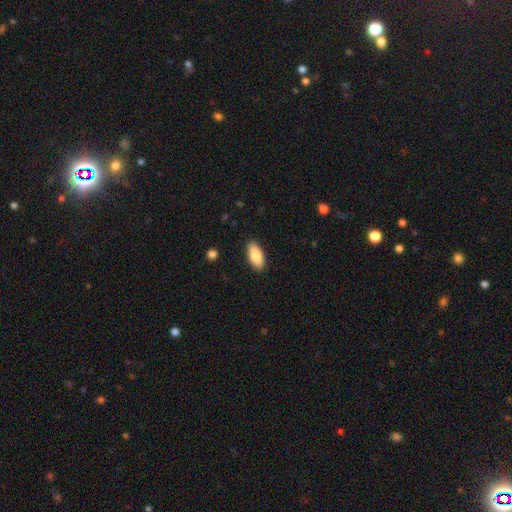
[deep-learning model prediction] smooth 87%, featured or disk 7%, star or artifact 6%. Down the decision tree: how rounded — in between (86%); merging — none (89%).